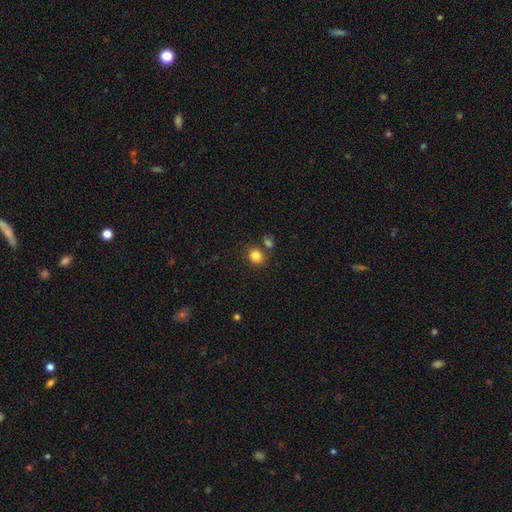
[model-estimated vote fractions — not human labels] smooth 83%, star or artifact 12%, featured or disk 5%. Down the decision tree: how rounded — round (79%); merging — none (73%).